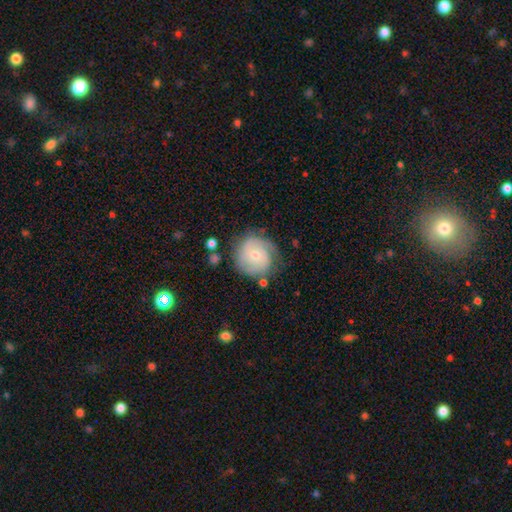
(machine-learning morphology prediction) Smooth or featured? Predicted: featured or disk (p=0.62). Edge-on disk? Predicted: no (p=0.98). Bar? Predicted: no (p=0.75). Spiral arms? Predicted: yes (p=0.86). Spiral winding? Predicted: tight (p=0.59). Spiral arm count? Predicted: 2 (p=0.35). Bulge size? Predicted: moderate (p=0.50). Merging? Predicted: none (p=0.69).